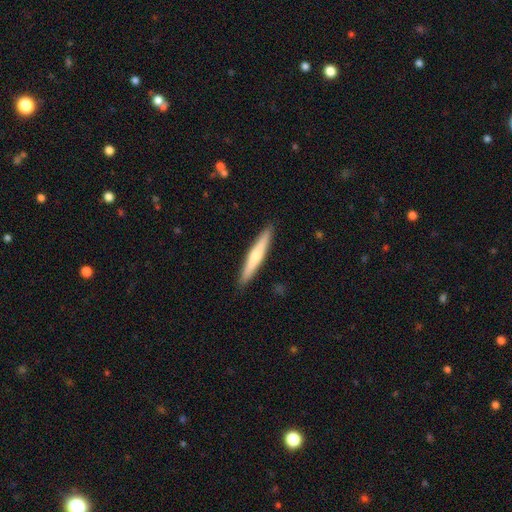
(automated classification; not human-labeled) smooth_or_featured: smooth (p=0.53) [alt: featured or disk p=0.42]
how_rounded: cigar-shaped (p=0.95) [alt: in between p=0.04]
merging: none (p=0.91) [alt: minor disturbance p=0.07]